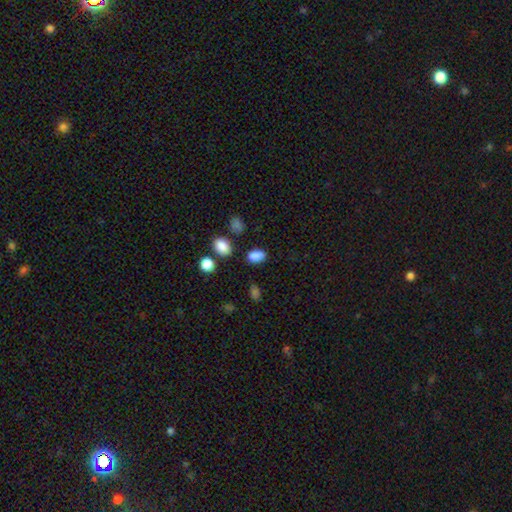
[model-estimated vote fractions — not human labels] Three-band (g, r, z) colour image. It shows a smooth galaxy with no disk features (85%) that is in between round and cigar-shaped (87%). Merging: none (79%).